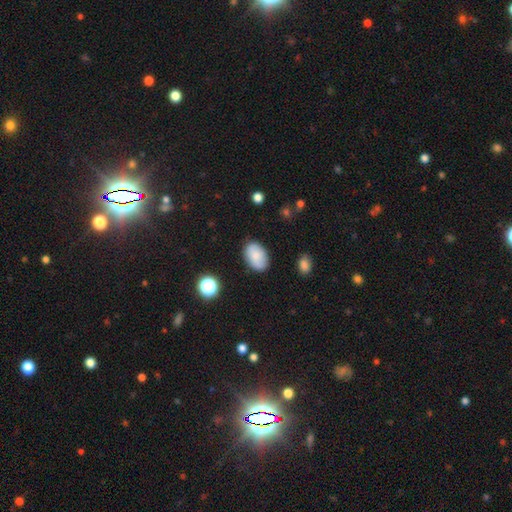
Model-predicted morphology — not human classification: Overall: smooth (80%). How rounded: in between (89%). Merging: none (83%).